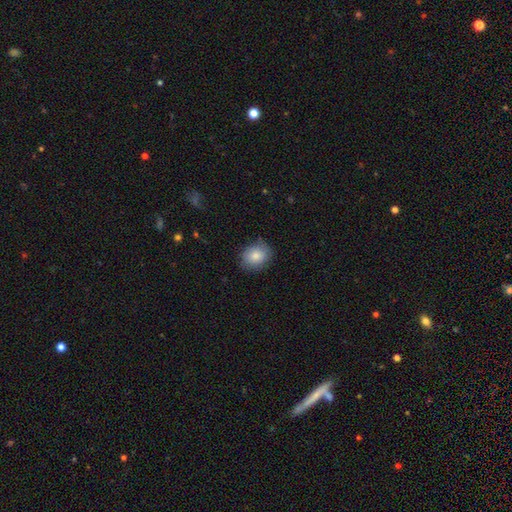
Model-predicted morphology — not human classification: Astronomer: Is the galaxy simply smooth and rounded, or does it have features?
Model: smooth — 84%.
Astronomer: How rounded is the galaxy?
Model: round — 51% (runner-up: in between, 48%).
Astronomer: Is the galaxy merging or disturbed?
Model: none — 80%.